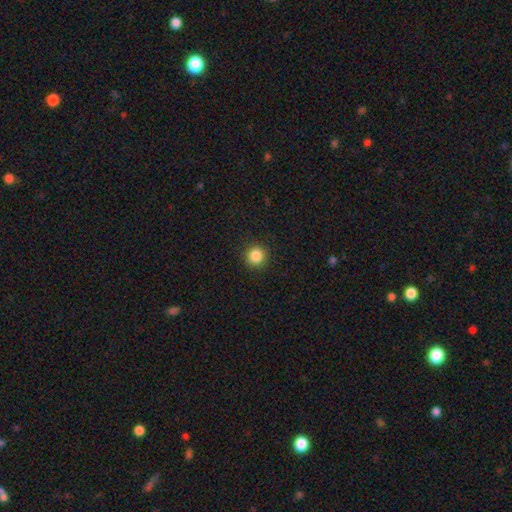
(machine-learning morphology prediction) Smooth or featured? smooth (86%)
How rounded? round (95%)
Merging? none (92%)